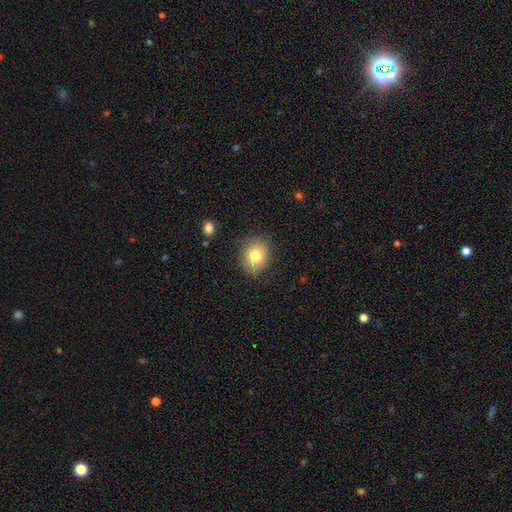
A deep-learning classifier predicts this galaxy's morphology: Q: Smooth or featured?
A: smooth (77%); runner-up: featured or disk (13%)
Q: How rounded?
A: round (58%); runner-up: in between (41%)
Q: Merging?
A: none (81%); runner-up: minor disturbance (14%)